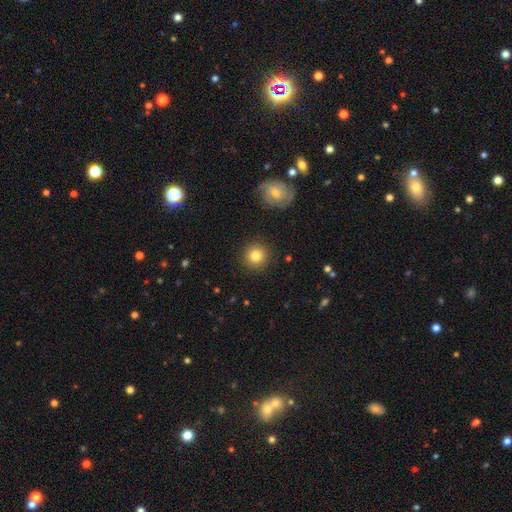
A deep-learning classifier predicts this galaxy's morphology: The model was most divided on "smooth or featured": smooth: 82%, star or artifact: 10%, featured or disk: 8%. More confident: how rounded — round (94%); merging — none (90%).